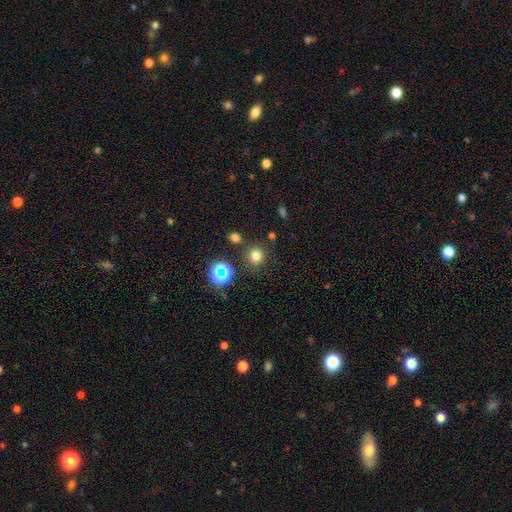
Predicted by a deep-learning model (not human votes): Smooth or featured? smooth (74%)
How rounded? round (89%)
Merging? none (83%)